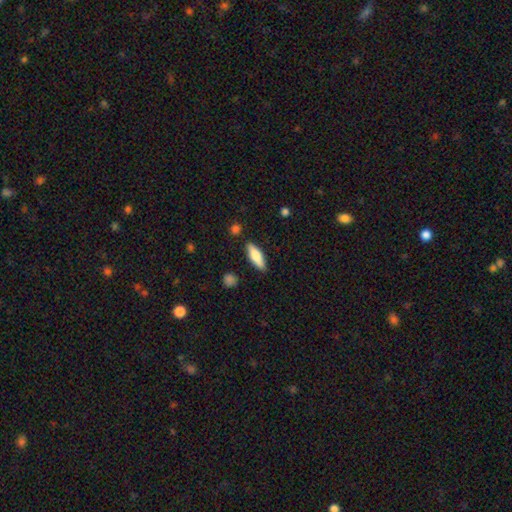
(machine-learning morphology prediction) Smooth or featured?
  - smooth: 69% *
  - featured or disk: 25%
  - star or artifact: 6%
How rounded?
  - in between: 51% *
  - cigar-shaped: 47%
  - round: 2%
Merging?
  - none: 85% *
  - minor disturbance: 10%
  - major disturbance: 2%
  - merger: 2%